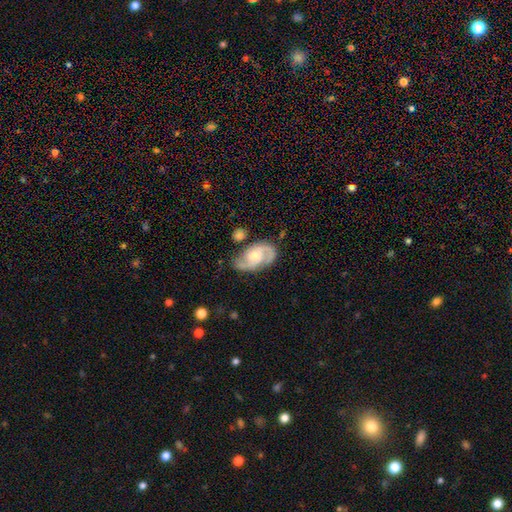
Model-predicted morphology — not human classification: Smooth or featured? Predicted: featured or disk (p=0.84). Edge-on disk? Predicted: no (p=0.97). Bar? Predicted: no (p=0.57). Spiral arms? Predicted: yes (p=0.97). Spiral winding? Predicted: medium (p=0.53). Spiral arm count? Predicted: 2 (p=0.83). Bulge size? Predicted: small (p=0.50). Merging? Predicted: none (p=0.68).